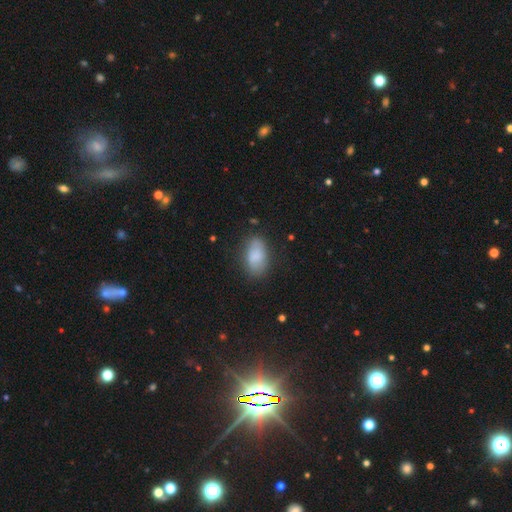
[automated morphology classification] smooth-or-featured: smooth: 81% | featured or disk: 12% | star or artifact: 7%
  how-rounded: in between: 91% | round: 5% | cigar-shaped: 4%
  merging: none: 74% | minor disturbance: 19% | major disturbance: 5% | merger: 2%